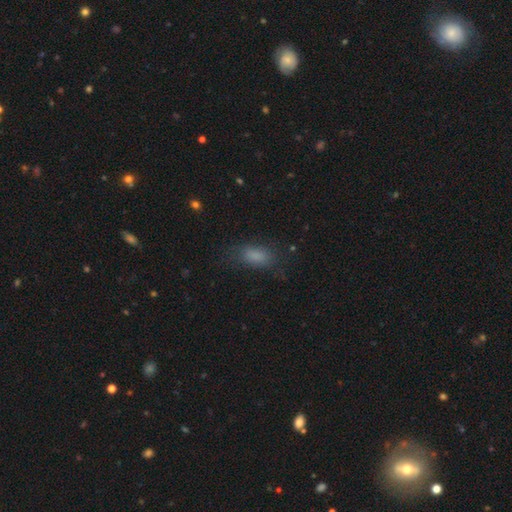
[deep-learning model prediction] Overall: smooth (80%). How rounded: in between (82%). Merging: none (70%).